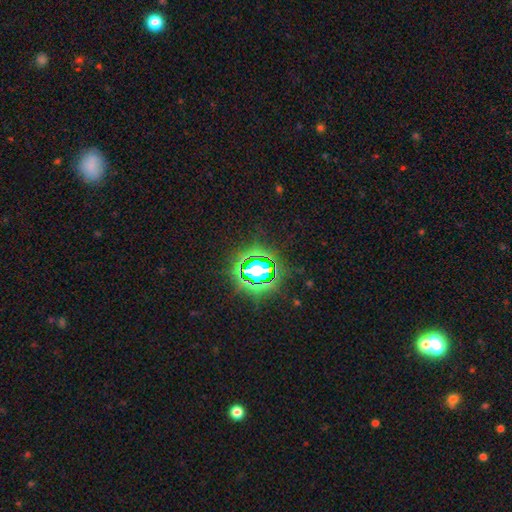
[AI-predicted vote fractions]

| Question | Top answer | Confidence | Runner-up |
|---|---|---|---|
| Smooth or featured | star or artifact | 80% | smooth (14%) |